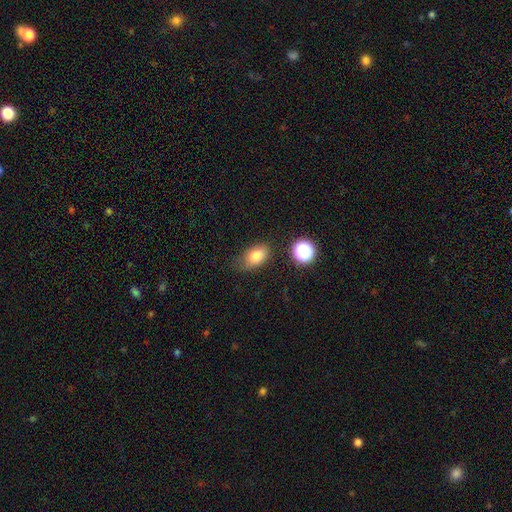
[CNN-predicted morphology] Overall: smooth (80%). How rounded: in between (83%). Merging: none (69%).